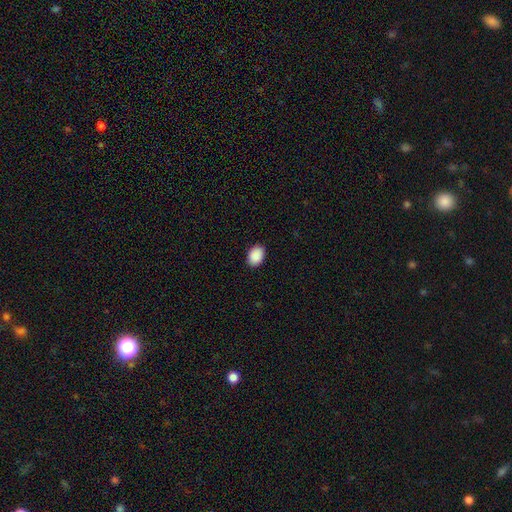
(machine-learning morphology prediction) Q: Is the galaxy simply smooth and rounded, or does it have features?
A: smooth — 91%.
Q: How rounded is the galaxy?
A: in between — 76%.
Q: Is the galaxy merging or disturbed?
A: none — 90%.